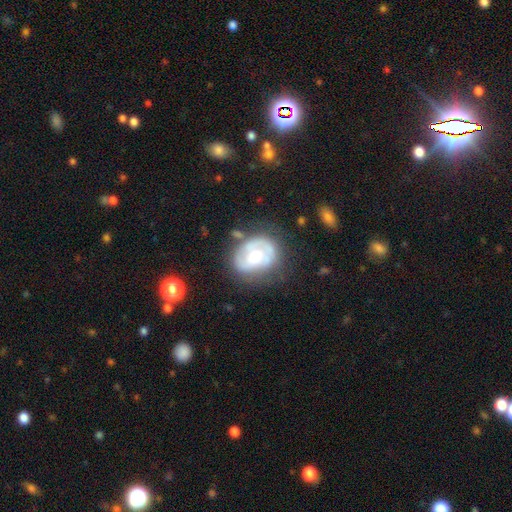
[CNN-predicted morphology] This is likely a featured or disk galaxy (63%). It is clearly not viewed edge-on (97%). Bar: likely no (64%). Spiral arm pattern: likely yes (67%). Central bulge: possibly moderate (56%). Merging: possibly none (52%).